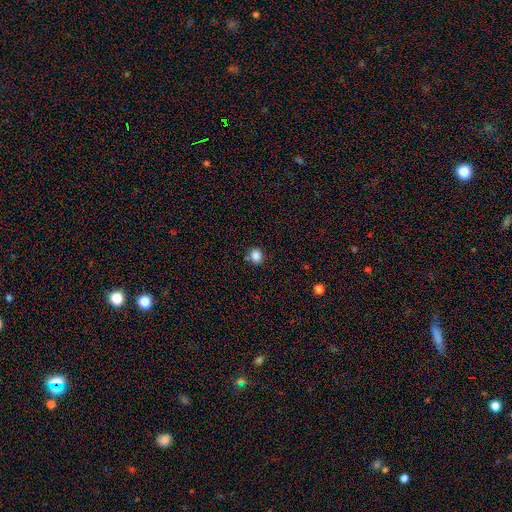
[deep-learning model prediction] Smooth or featured? smooth (84%)
How rounded? round (62%)
Merging? none (76%)